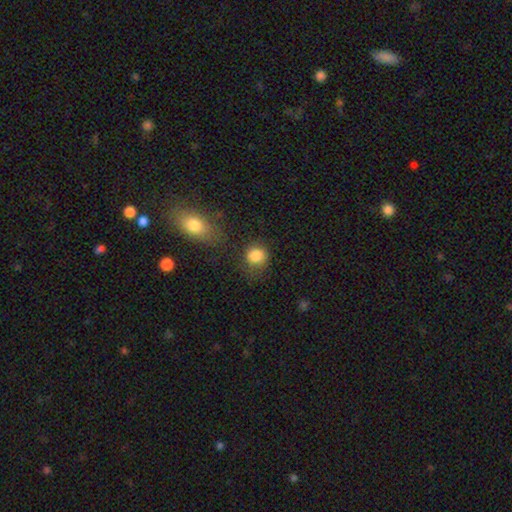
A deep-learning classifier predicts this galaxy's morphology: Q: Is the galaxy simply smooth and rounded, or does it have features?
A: smooth — 85%.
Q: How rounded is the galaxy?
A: round — 83%.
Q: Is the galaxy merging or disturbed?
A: none — 68%.